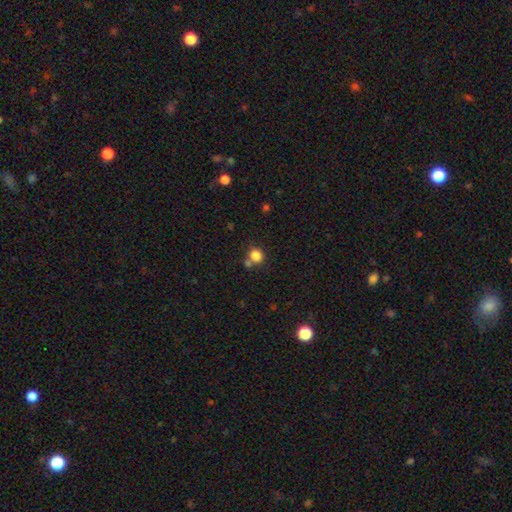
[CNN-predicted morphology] Q: Smooth or featured?
A: smooth (83%); runner-up: star or artifact (12%)
Q: How rounded?
A: round (78%); runner-up: in between (21%)
Q: Merging?
A: none (60%); runner-up: merger (24%)